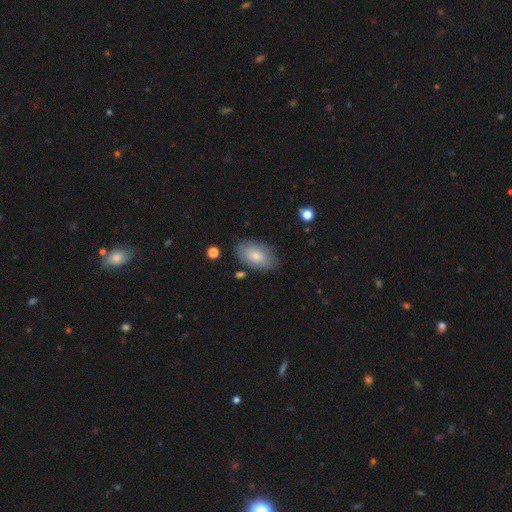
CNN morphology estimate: Overall: smooth (77%). How rounded: in between (92%). Merging: none (79%).